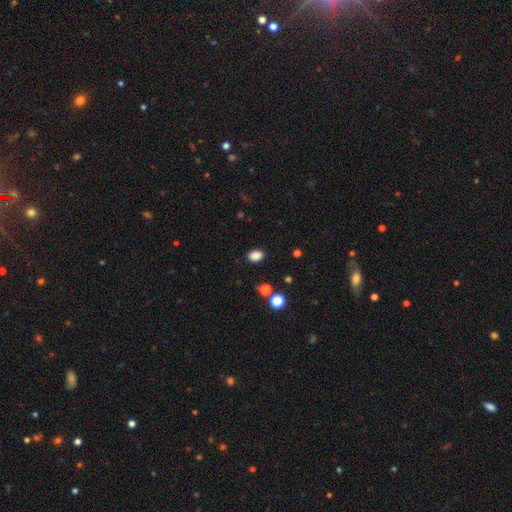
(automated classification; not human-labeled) Smooth or featured? smooth (86%)
How rounded? in between (81%)
Merging? none (88%)